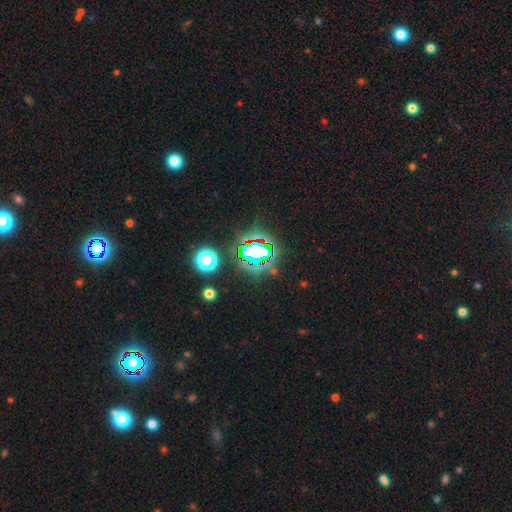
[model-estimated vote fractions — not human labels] A star or artifact, not a galaxy (68%).

Vote fractions:
- Smooth or featured? star or artifact: 68% / smooth: 20% / featured or disk: 13%